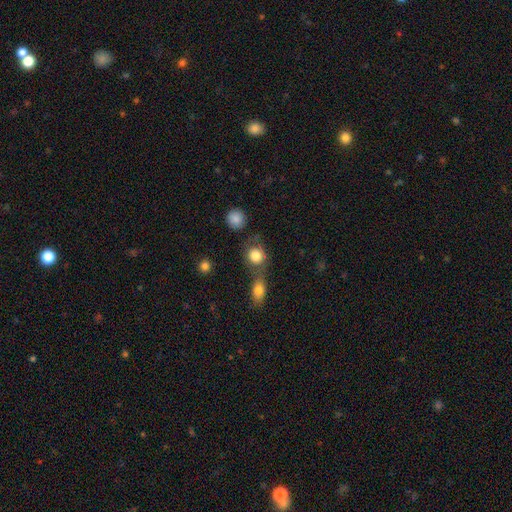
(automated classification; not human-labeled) A smooth galaxy with no disk features (82%) that is round (78%). Merging: none (52%).